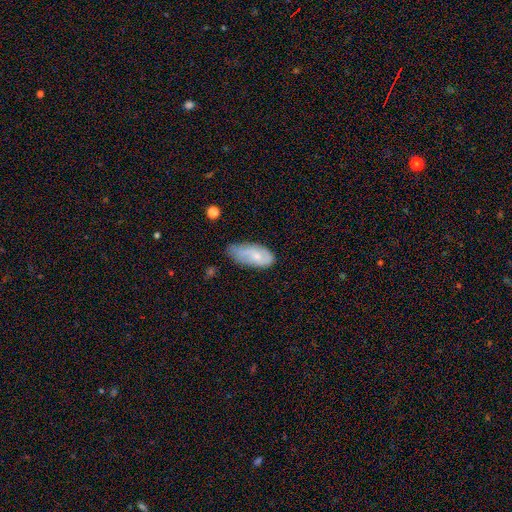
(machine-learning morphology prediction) Smooth or featured?
  - smooth: 58% *
  - featured or disk: 36%
  - star or artifact: 6%
How rounded?
  - in between: 89% *
  - cigar-shaped: 8%
  - round: 3%
Merging?
  - none: 46% *
  - minor disturbance: 40%
  - major disturbance: 11%
  - merger: 3%